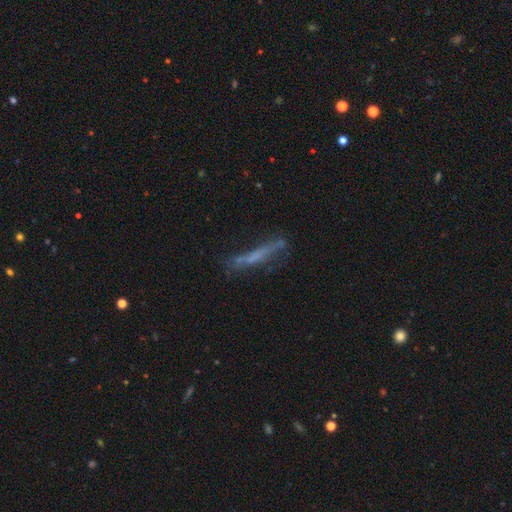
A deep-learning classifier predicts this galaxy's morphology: Smooth or featured?
  - featured or disk: 46% *
  - smooth: 42%
  - star or artifact: 13%
Merging?
  - none: 57% *
  - minor disturbance: 23%
  - major disturbance: 14%
  - merger: 5%